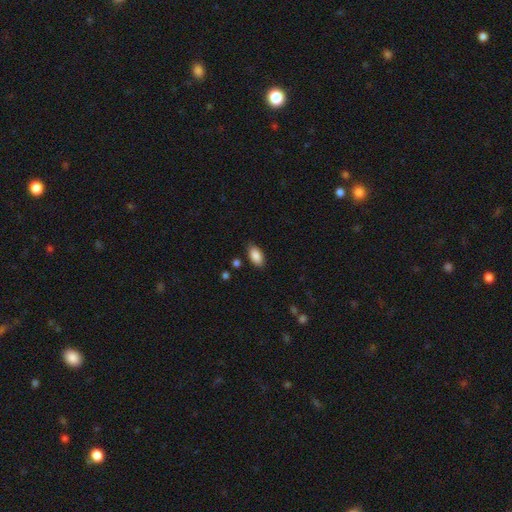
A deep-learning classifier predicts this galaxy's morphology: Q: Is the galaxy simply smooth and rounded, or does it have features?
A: smooth — 88%.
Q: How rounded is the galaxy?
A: in between — 93%.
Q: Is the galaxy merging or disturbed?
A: none — 84%.